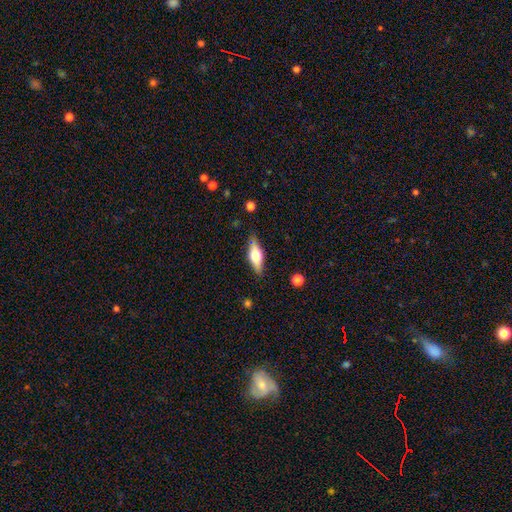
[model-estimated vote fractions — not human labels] This is possibly a smooth galaxy (54%). How rounded: likely in between (69%). Merging: clearly none (81%).